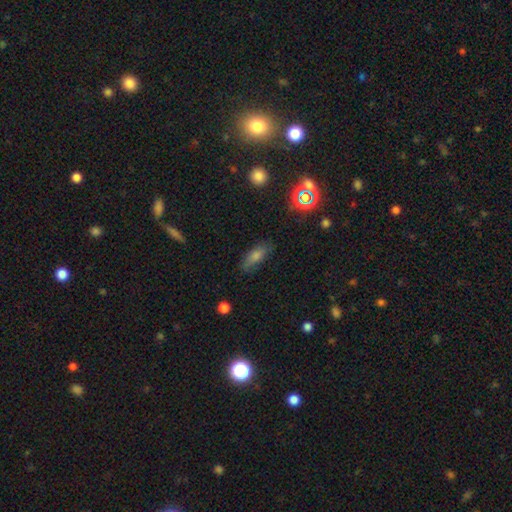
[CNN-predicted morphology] smooth 62%, featured or disk 20%, star or artifact 18%. Down the decision tree: how rounded — in between (64%); merging — none (79%).